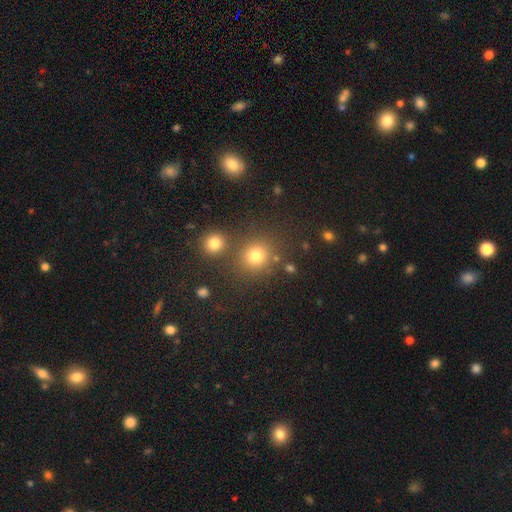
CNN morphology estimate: A smooth galaxy with no disk features (77%) that is round (87%).

Vote fractions:
- Smooth or featured? smooth: 77% / star or artifact: 16% / featured or disk: 6%
- How rounded? round: 87% / in between: 12% / cigar-shaped: 1%
- Merging? none: 75% / merger: 13% / minor disturbance: 8% / major disturbance: 4%